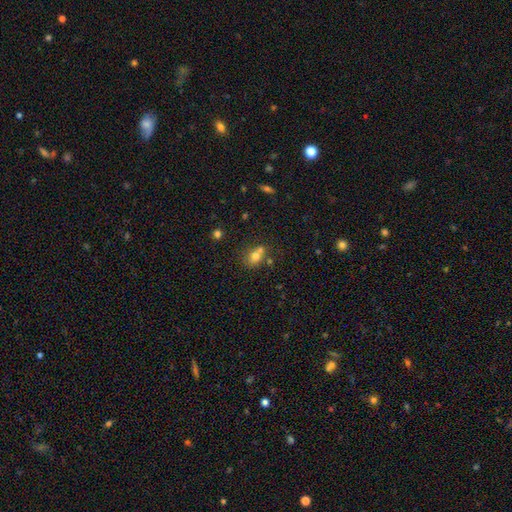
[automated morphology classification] A smooth galaxy with no disk features (73%) that is round (60%). Merging: none (42%, tied with merger).